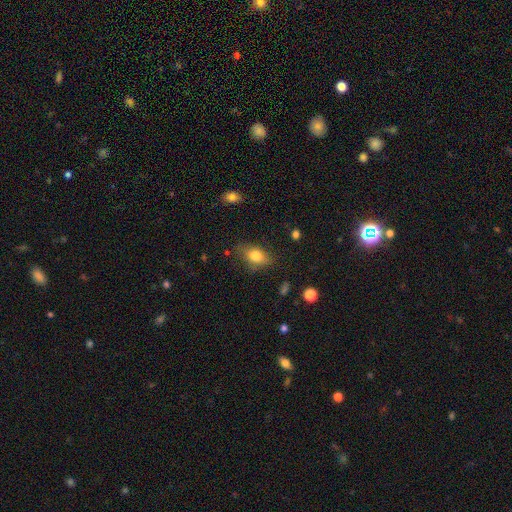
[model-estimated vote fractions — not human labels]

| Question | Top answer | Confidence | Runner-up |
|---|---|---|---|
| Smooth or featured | smooth | 79% | featured or disk (12%) |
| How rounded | in between | 78% | round (18%) |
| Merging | none | 72% | minor disturbance (20%) |